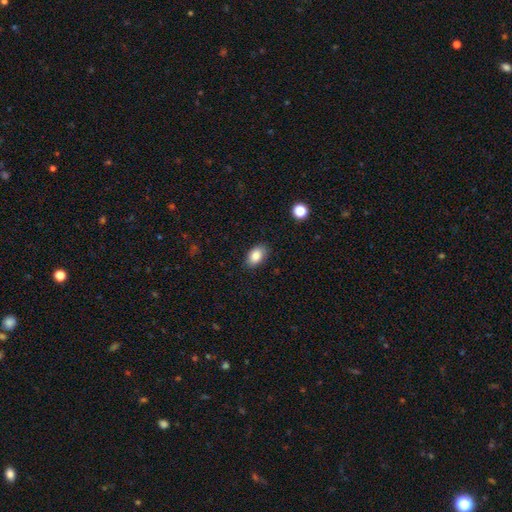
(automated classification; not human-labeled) Smooth or featured? Predicted: smooth (p=0.86). How rounded? Predicted: in between (p=0.90). Merging? Predicted: none (p=0.85).